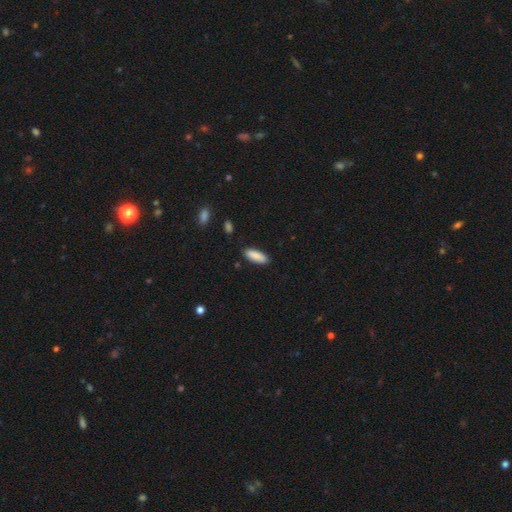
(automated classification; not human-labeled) This is clearly a smooth galaxy (89%). How rounded: likely in between (66%). Merging: clearly none (86%).